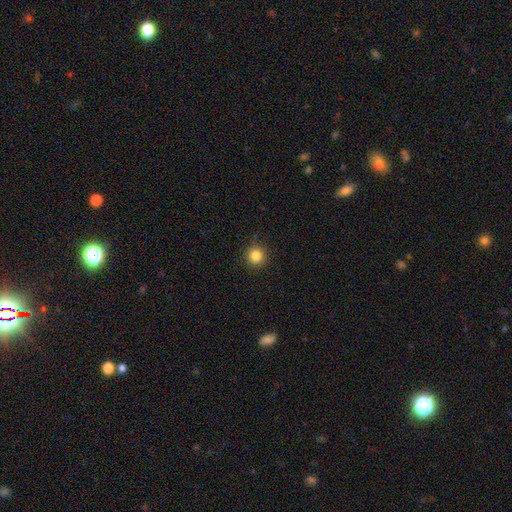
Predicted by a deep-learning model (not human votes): A smooth galaxy with no disk features (85%) that is round (93%).

Vote fractions:
- Smooth or featured? smooth: 85% / star or artifact: 11% / featured or disk: 4%
- How rounded? round: 93% / in between: 6% / cigar-shaped: 1%
- Merging? none: 90% / minor disturbance: 7% / major disturbance: 2% / merger: 1%